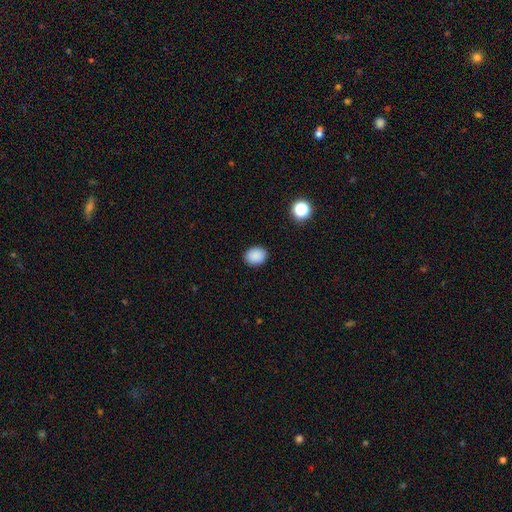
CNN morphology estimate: smooth 88%, star or artifact 10%, featured or disk 3%. Down the decision tree: how rounded — round (50%); merging — none (90%).